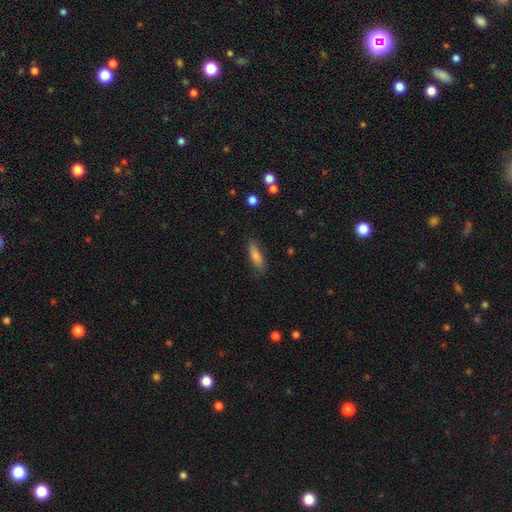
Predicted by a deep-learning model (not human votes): The model was most divided on "how rounded": cigar-shaped: 56%, in between: 42%, round: 2%. More confident: merging — none (84%); smooth or featured — smooth (77%).